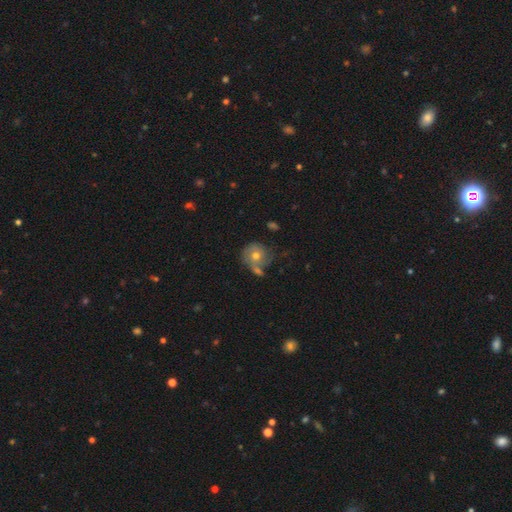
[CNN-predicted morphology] type=featured or disk (47%); merging=none (48%).